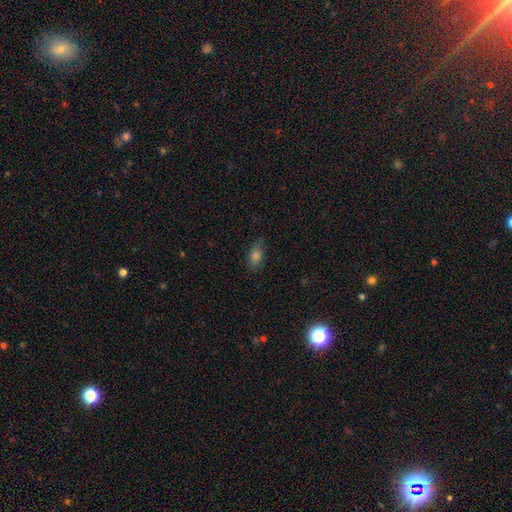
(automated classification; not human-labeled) A smooth galaxy with no disk features (69%) that is in between round and cigar-shaped (83%). Merging: none (79%).